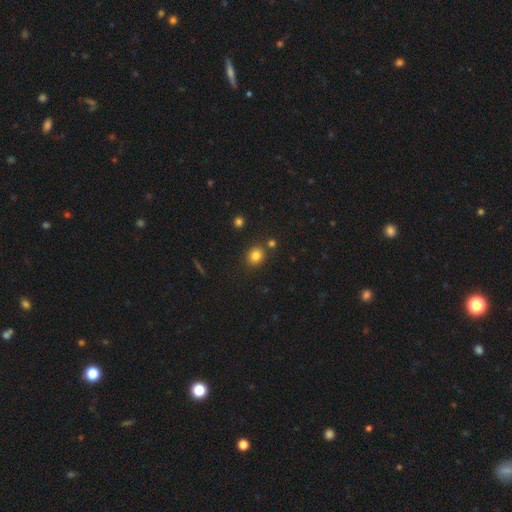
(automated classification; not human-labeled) The model was most divided on "how rounded": round: 72%, in between: 27%, cigar-shaped: 1%. More confident: smooth or featured — smooth (82%); merging — none (80%).